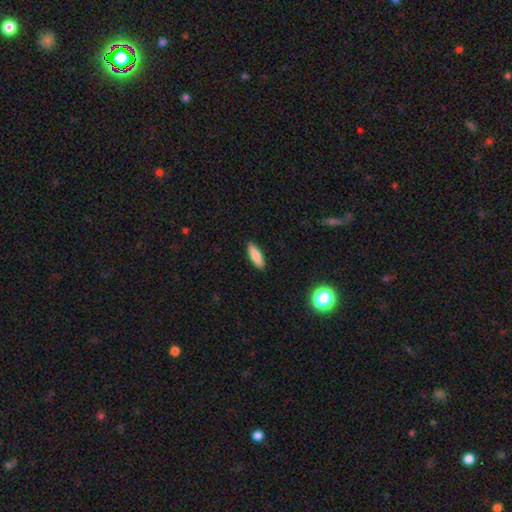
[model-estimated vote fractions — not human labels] smooth_or_featured: smooth (p=0.84) [alt: featured or disk p=0.09]
how_rounded: cigar-shaped (p=0.52) [alt: in between p=0.47]
merging: none (p=0.90) [alt: minor disturbance p=0.08]